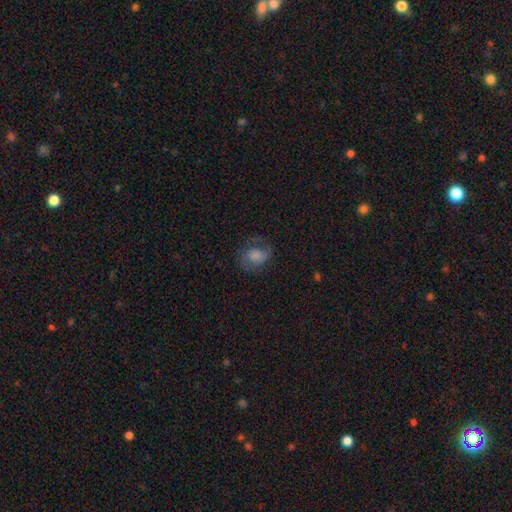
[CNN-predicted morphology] smooth 49%, featured or disk 41%, star or artifact 10%. Down the decision tree: merging — none (61%).